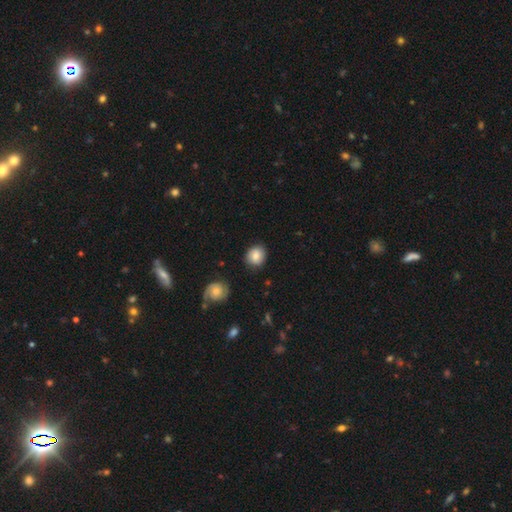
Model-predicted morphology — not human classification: The model was most divided on "how rounded": round: 78%, in between: 21%, cigar-shaped: 1%. More confident: merging — none (83%); smooth or featured — smooth (79%).